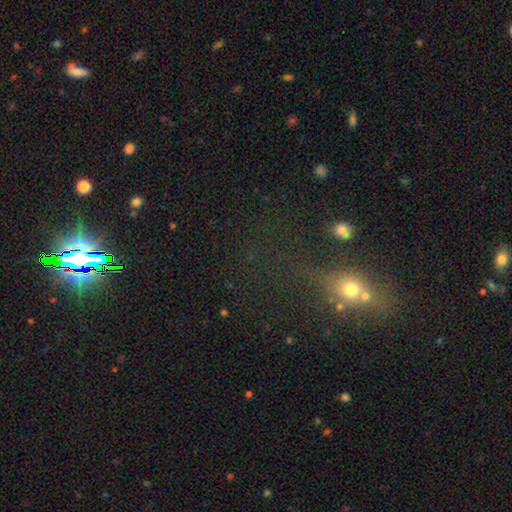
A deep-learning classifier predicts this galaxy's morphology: Smooth or featured: star or artifact — 51% (smooth — 33%)